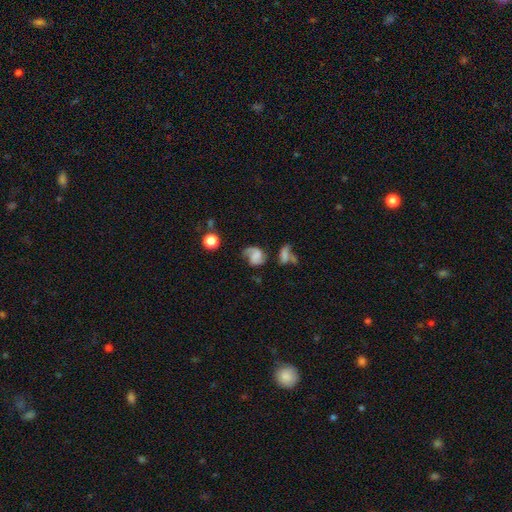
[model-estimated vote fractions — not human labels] featured or disk 57%, smooth 32%, star or artifact 10%. Down the decision tree: edge-on disk — no (97%); bar — no (61%); spiral arms — yes (88%); bulge size — none (58%); merging — none (42%).